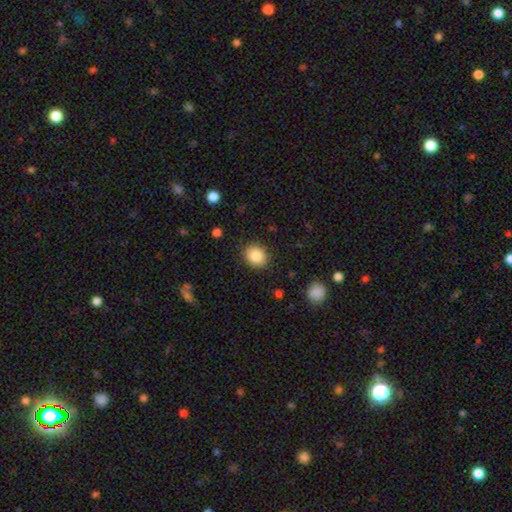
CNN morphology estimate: smooth 85%, star or artifact 9%, featured or disk 6%. Down the decision tree: how rounded — round (62%); merging — none (88%).